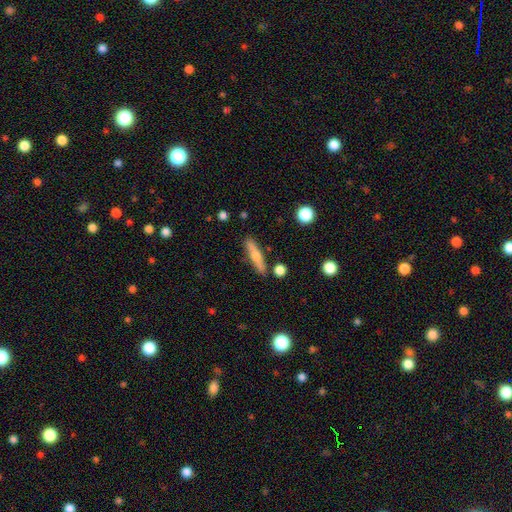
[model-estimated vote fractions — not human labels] Smooth or featured: featured or disk — 47% (smooth — 46%)
Merging: none — 84% (minor disturbance — 10%)